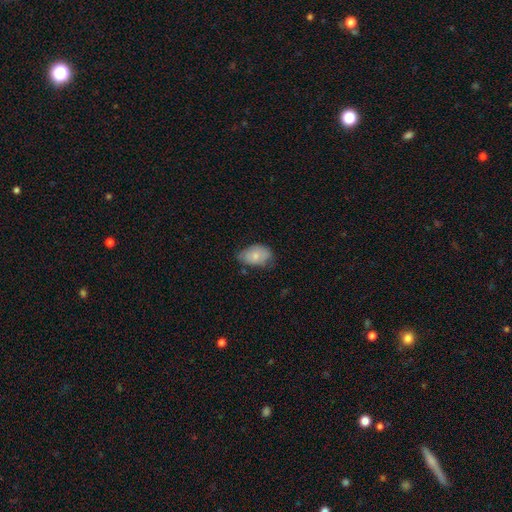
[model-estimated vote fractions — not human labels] A smooth galaxy with no disk features (77%) that is in between round and cigar-shaped (88%). Merging: none (56%).